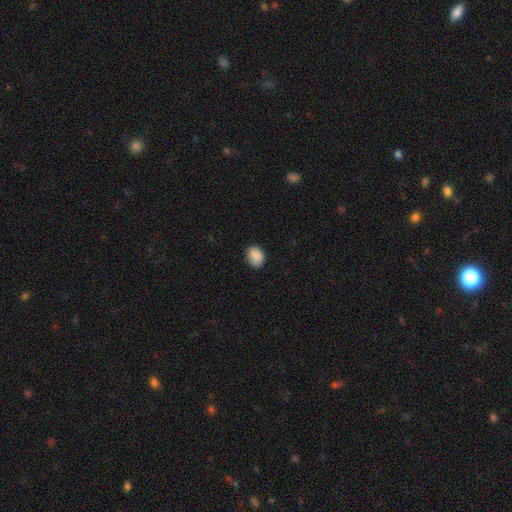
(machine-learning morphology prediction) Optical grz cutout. It shows a smooth galaxy with no disk features (89%) that is in between round and cigar-shaped (61%). Merging: none (81%).